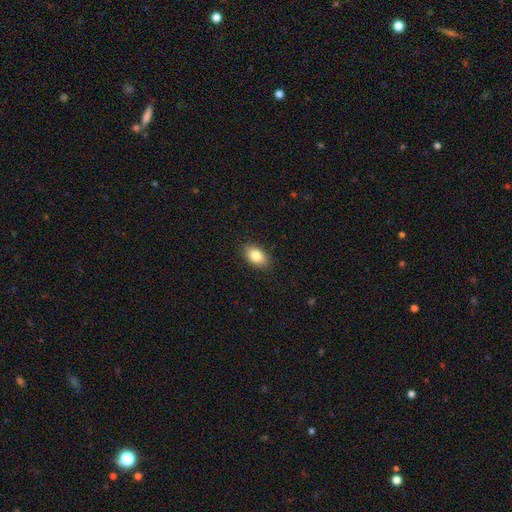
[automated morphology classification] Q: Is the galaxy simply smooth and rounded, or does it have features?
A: smooth — 83%.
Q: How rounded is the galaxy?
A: in between — 89%.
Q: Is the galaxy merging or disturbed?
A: none — 88%.